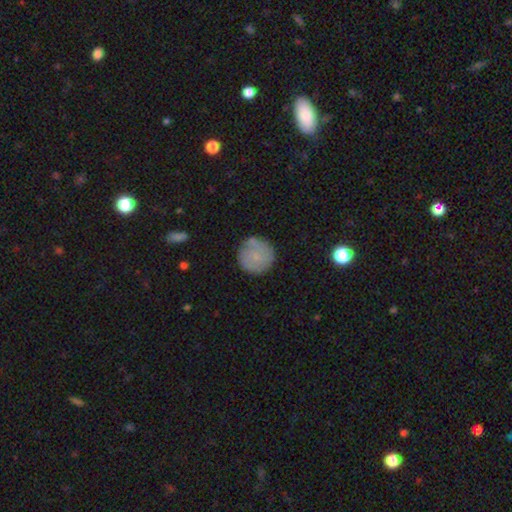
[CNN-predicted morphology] This is likely a smooth galaxy (69%). How rounded: clearly round (94%). Merging: likely none (76%).